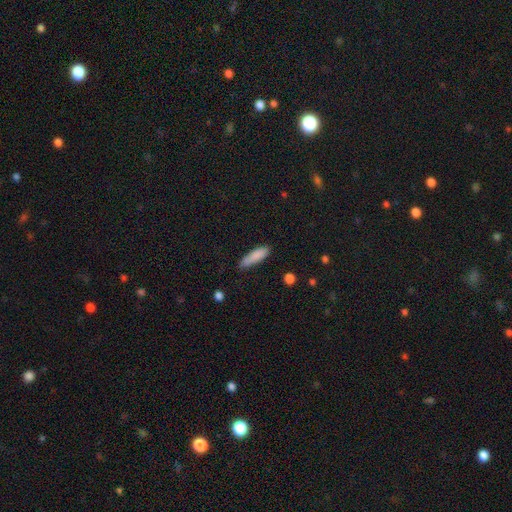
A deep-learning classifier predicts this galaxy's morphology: A smooth galaxy with no disk features (86%) that is cigar-shaped (66%). Merging: none (69%).